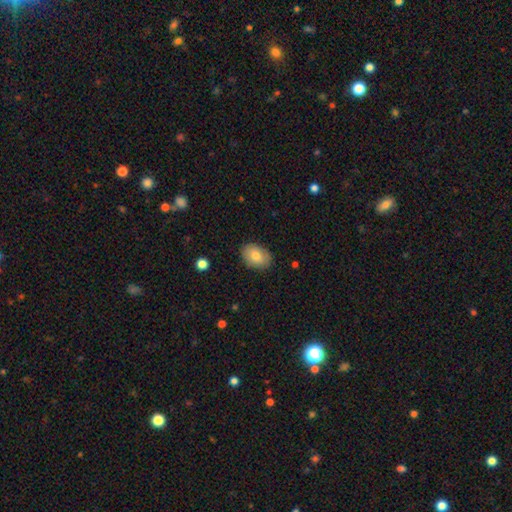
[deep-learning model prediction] Smooth or featured?
  - smooth: 80% *
  - featured or disk: 13%
  - star or artifact: 7%
How rounded?
  - in between: 81% *
  - round: 18%
  - cigar-shaped: 1%
Merging?
  - none: 85% *
  - minor disturbance: 12%
  - major disturbance: 2%
  - merger: 1%